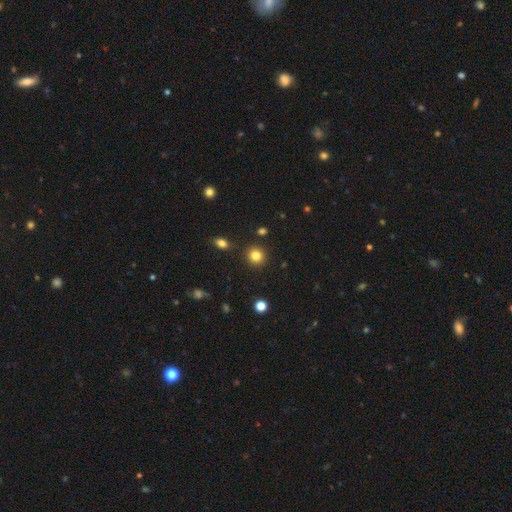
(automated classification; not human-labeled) Smooth or featured? Predicted: smooth (p=0.82). How rounded? Predicted: round (p=0.92). Merging? Predicted: none (p=0.90).